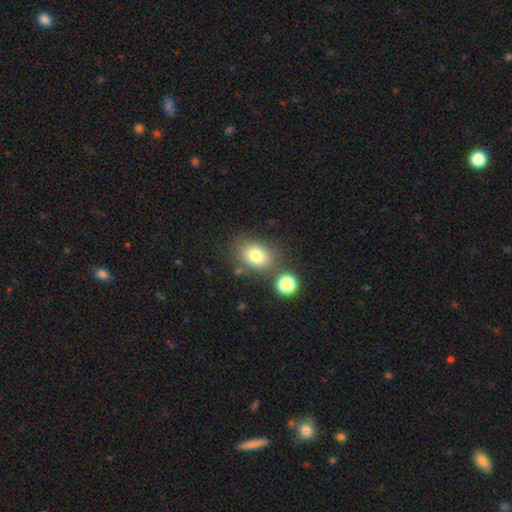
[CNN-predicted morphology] The model was most divided on "how rounded": in between: 69%, round: 30%, cigar-shaped: 1%. More confident: smooth or featured — smooth (79%); merging — none (73%).